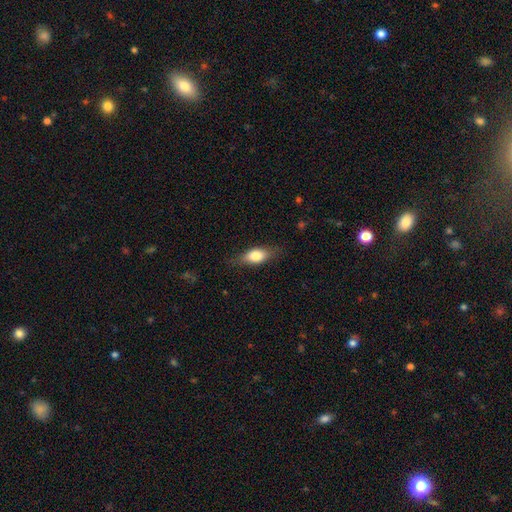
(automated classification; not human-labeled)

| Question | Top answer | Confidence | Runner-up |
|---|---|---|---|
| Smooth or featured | smooth | 74% | featured or disk (19%) |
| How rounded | in between | 77% | cigar-shaped (18%) |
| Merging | none | 78% | minor disturbance (17%) |